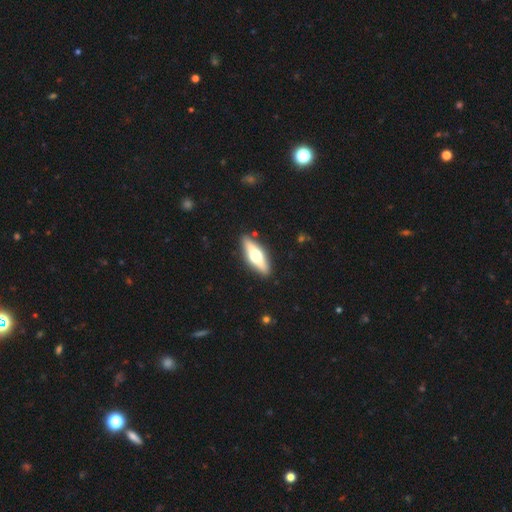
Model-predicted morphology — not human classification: Overall: featured or disk (54%; smooth 41%). Edge-on disk: yes (90%). Merging: none (89%).